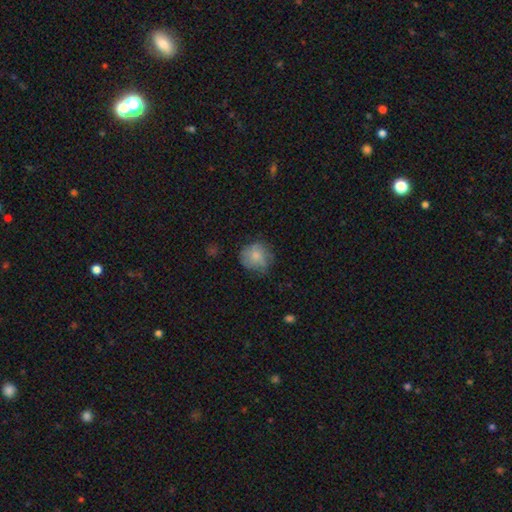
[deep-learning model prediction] smooth-or-featured: smooth: 74% | featured or disk: 17% | star or artifact: 9%
  how-rounded: round: 85% | in between: 14% | cigar-shaped: 1%
  merging: none: 64% | minor disturbance: 25% | major disturbance: 10% | merger: 1%